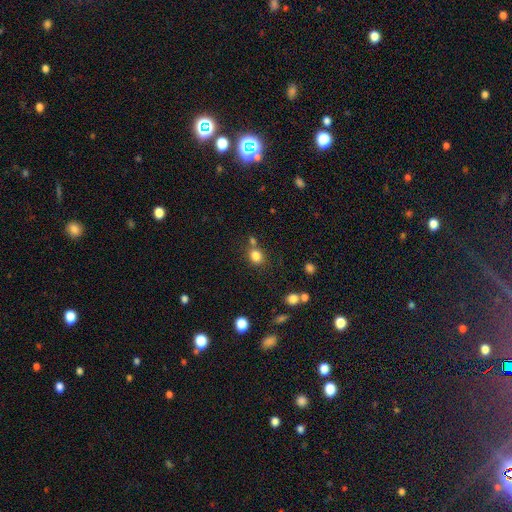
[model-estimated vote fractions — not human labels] This is clearly a smooth galaxy (81%). How rounded: likely round (65%). Merging: likely none (64%).